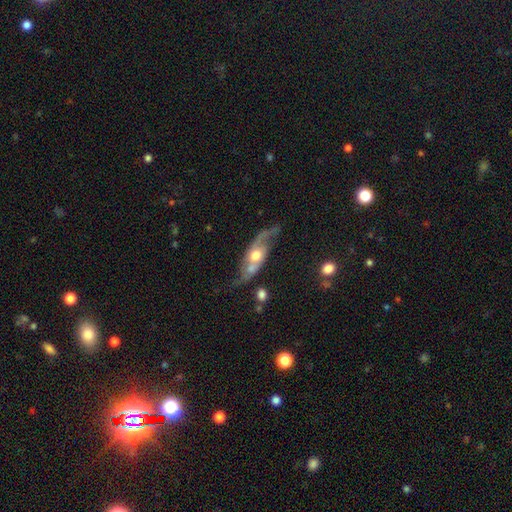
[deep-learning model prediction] A featured or disk galaxy (75%) with no bar (70%), 2 (86%) loose (64%) spiral arms (84%) and a moderate central bulge (69%). Merging: none (49%).